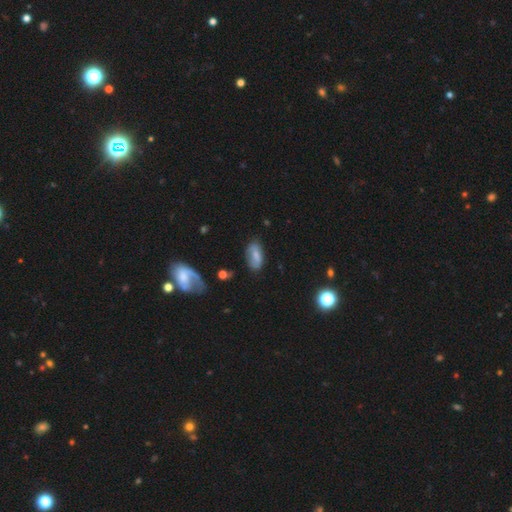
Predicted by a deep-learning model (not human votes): A smooth galaxy with no disk features (66%) that is in between round and cigar-shaped (89%).

Vote fractions:
- Smooth or featured? smooth: 66% / featured or disk: 26% / star or artifact: 9%
- How rounded? in between: 89% / cigar-shaped: 7% / round: 3%
- Merging? none: 67% / minor disturbance: 23% / major disturbance: 7% / merger: 3%